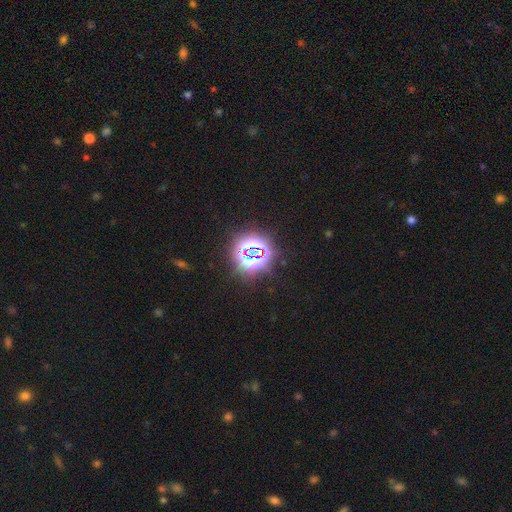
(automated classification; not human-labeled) star or artifact 77%, smooth 14%, featured or disk 9%.